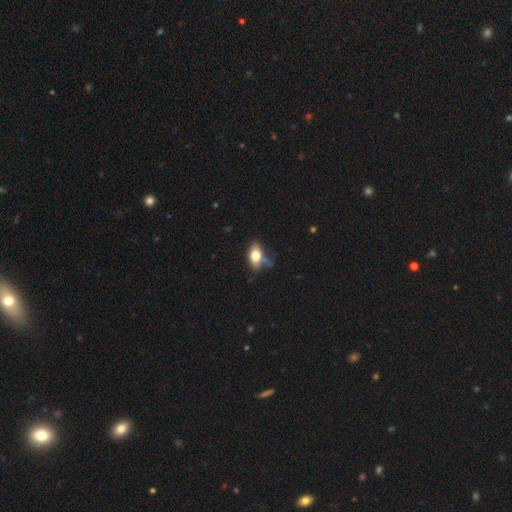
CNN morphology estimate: Smooth or featured?
  - smooth: 75% *
  - featured or disk: 17%
  - star or artifact: 9%
How rounded?
  - in between: 85% *
  - round: 11%
  - cigar-shaped: 4%
Merging?
  - none: 48% *
  - minor disturbance: 29%
  - major disturbance: 12%
  - merger: 11%